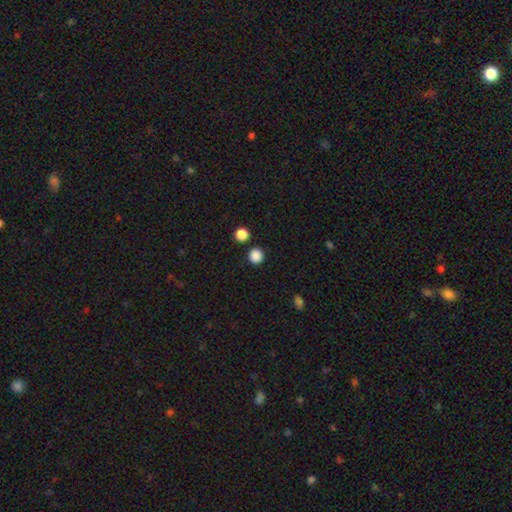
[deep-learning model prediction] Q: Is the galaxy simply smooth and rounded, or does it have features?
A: smooth — 87%.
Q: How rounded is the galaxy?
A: round — 92%.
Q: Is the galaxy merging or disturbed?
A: none — 88%.